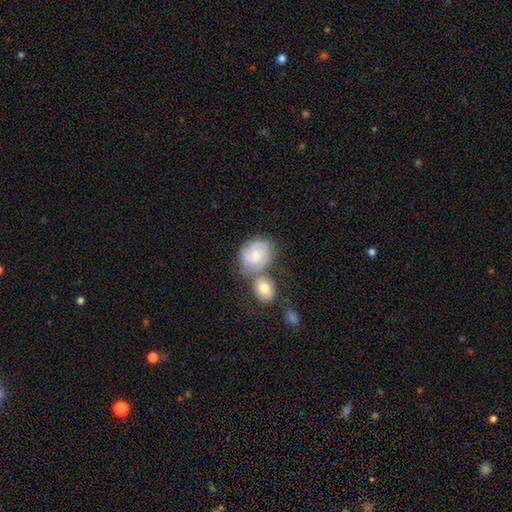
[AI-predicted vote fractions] Smooth or featured: smooth — 47% (featured or disk — 45%)
Merging: none — 44% (merger — 33%)